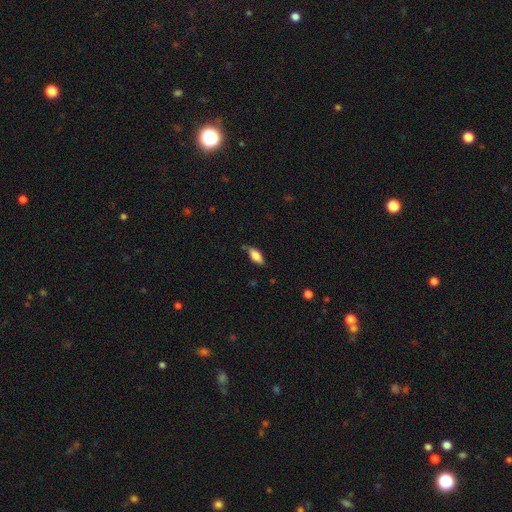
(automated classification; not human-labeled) Smooth or featured? Predicted: smooth (p=0.76). How rounded? Predicted: in between (p=0.81). Merging? Predicted: none (p=0.71).